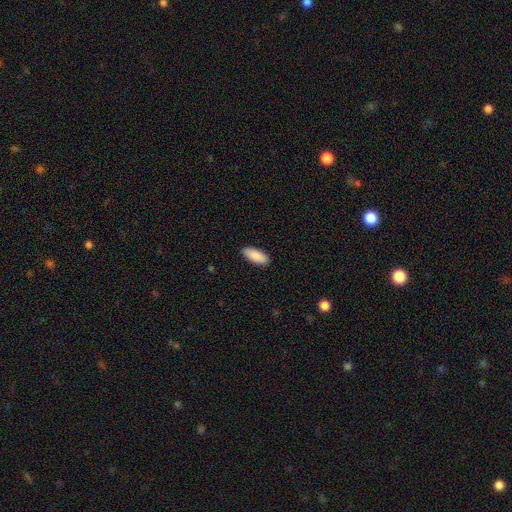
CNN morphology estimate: Overall: smooth (91%). How rounded: in between (82%). Merging: none (90%).